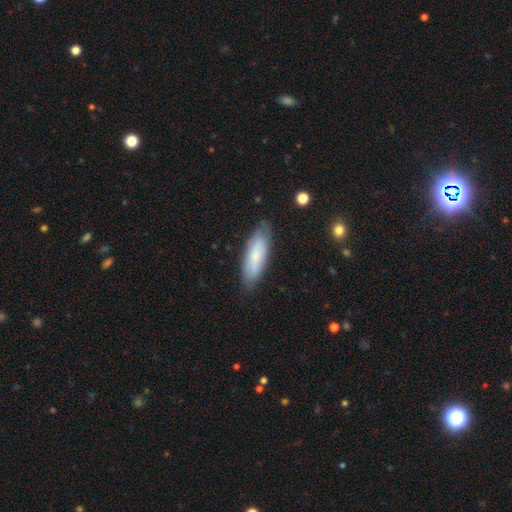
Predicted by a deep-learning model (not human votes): smooth_or_featured: smooth (p=0.69) [alt: featured or disk p=0.25]
how_rounded: in between (p=0.60) [alt: cigar-shaped p=0.38]
merging: none (p=0.80) [alt: minor disturbance p=0.16]